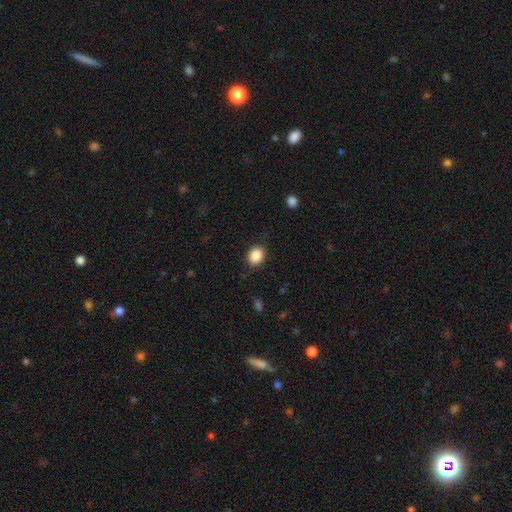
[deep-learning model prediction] smooth 88%, star or artifact 9%, featured or disk 4%. Down the decision tree: how rounded — round (51%); merging — none (88%).